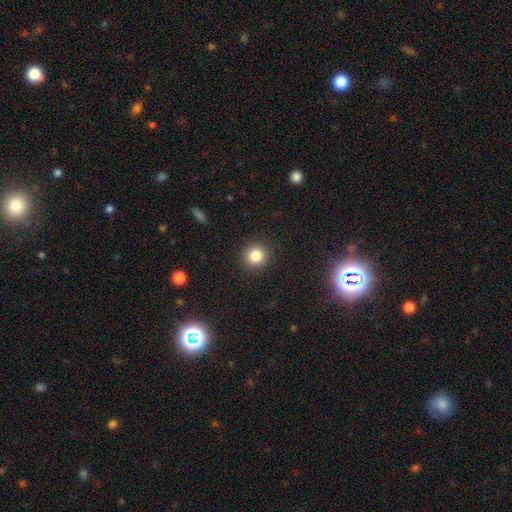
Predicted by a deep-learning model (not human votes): This is clearly a smooth galaxy (83%). How rounded: clearly round (92%). Merging: clearly none (91%).